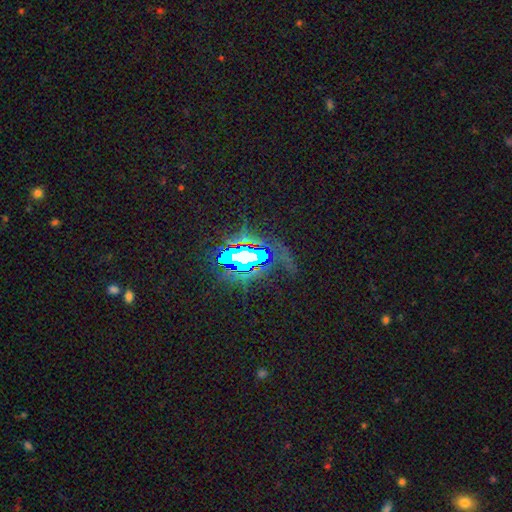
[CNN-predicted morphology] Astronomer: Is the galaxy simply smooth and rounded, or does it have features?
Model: star or artifact — 68%.